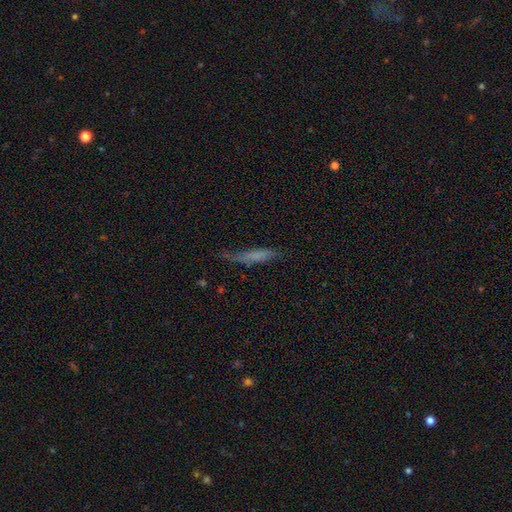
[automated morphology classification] smooth 62%, featured or disk 28%, star or artifact 10%. Down the decision tree: how rounded — cigar-shaped (86%); merging — none (53%).